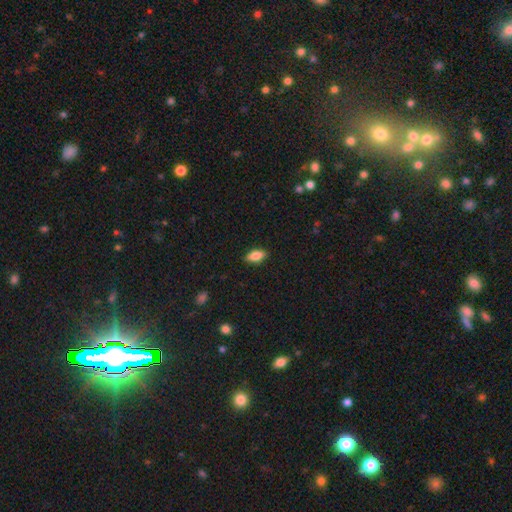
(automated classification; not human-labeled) Overall: smooth (81%). How rounded: in between (86%). Merging: none (88%).